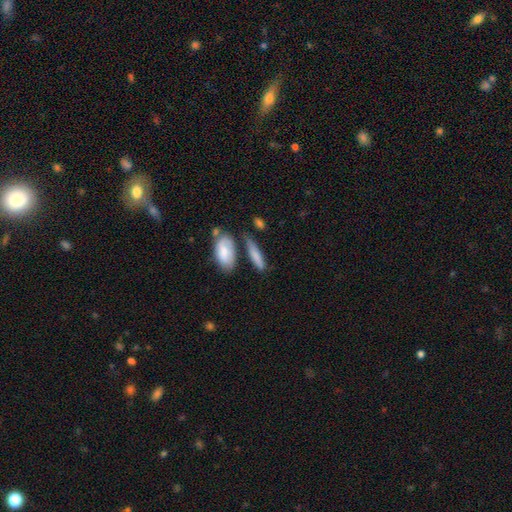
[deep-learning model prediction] smooth 76%, featured or disk 17%, star or artifact 6%. Down the decision tree: how rounded — cigar-shaped (61%); merging — none (60%).